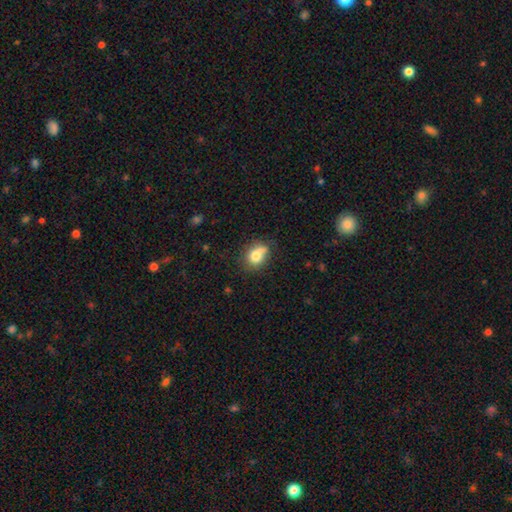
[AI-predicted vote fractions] Smooth or featured?
  - smooth: 75% *
  - featured or disk: 14%
  - star or artifact: 11%
How rounded?
  - round: 56% *
  - in between: 43%
  - cigar-shaped: 1%
Merging?
  - none: 49% *
  - minor disturbance: 24%
  - merger: 18%
  - major disturbance: 8%